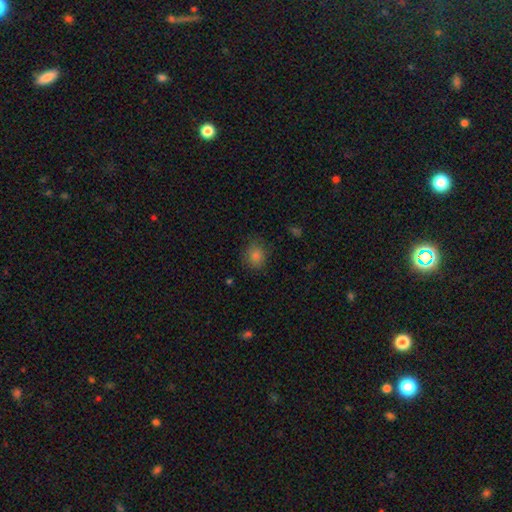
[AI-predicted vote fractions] smooth-or-featured: smooth: 81% | star or artifact: 14% | featured or disk: 5%
  how-rounded: round: 61% | in between: 38% | cigar-shaped: 1%
  merging: none: 80% | minor disturbance: 15% | major disturbance: 4% | merger: 1%